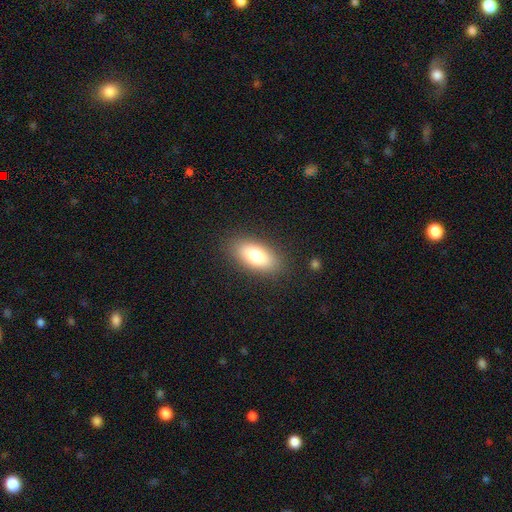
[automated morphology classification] Smooth or featured: smooth — 75% (featured or disk — 16%)
How rounded: in between — 87% (cigar-shaped — 8%)
Merging: none — 86% (minor disturbance — 10%)